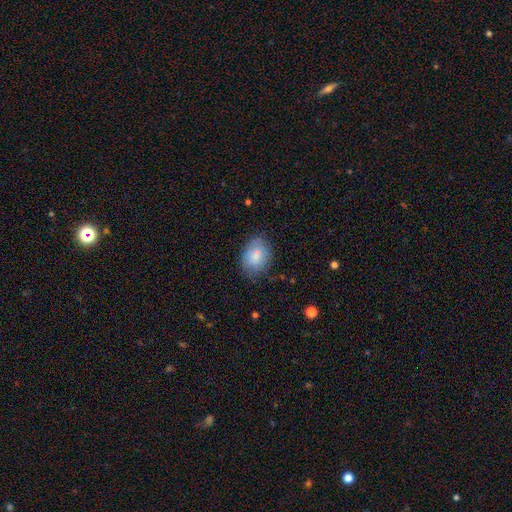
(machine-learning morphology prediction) Smooth or featured? smooth (81%)
How rounded? in between (74%)
Merging? none (72%)